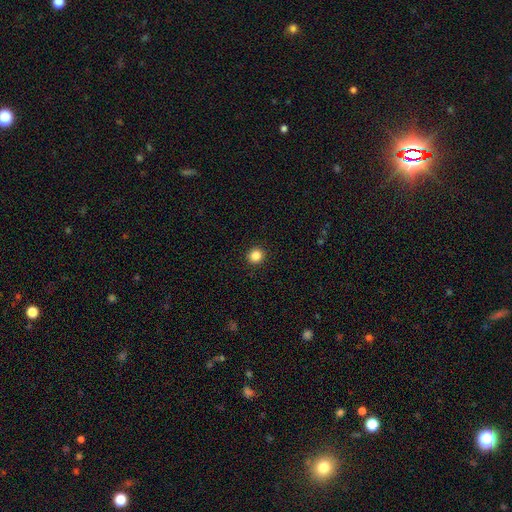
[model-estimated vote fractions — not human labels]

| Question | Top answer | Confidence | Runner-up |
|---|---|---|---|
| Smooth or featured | smooth | 85% | star or artifact (11%) |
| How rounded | round | 93% | in between (6%) |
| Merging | none | 93% | minor disturbance (5%) |